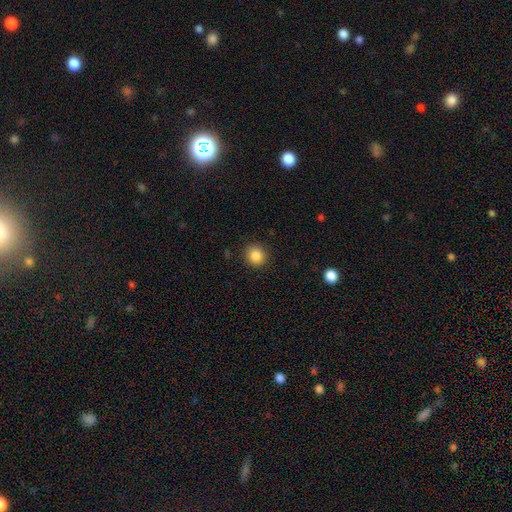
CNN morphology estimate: Overall: smooth (85%). How rounded: round (86%). Merging: none (90%).